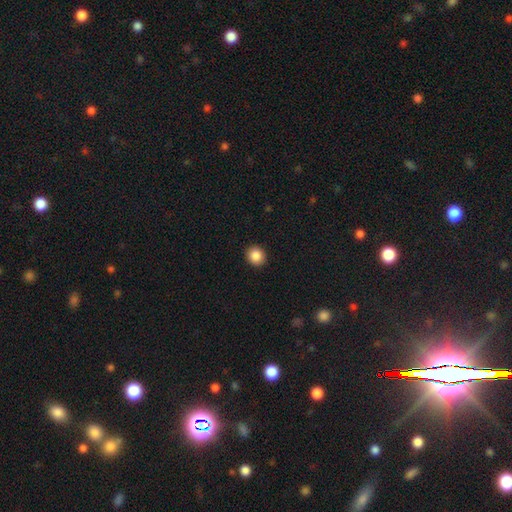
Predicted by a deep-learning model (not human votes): smooth-or-featured: smooth: 87% | star or artifact: 9% | featured or disk: 4%
  how-rounded: round: 83% | in between: 16% | cigar-shaped: 1%
  merging: none: 92% | minor disturbance: 5% | major disturbance: 2% | merger: 1%